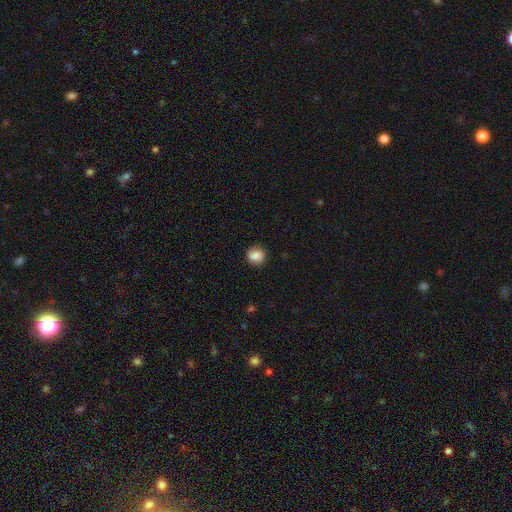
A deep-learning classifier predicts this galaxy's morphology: Smooth or featured?
  - smooth: 84% *
  - star or artifact: 9%
  - featured or disk: 7%
How rounded?
  - round: 78% *
  - in between: 21%
  - cigar-shaped: 1%
Merging?
  - none: 83% *
  - minor disturbance: 13%
  - major disturbance: 3%
  - merger: 1%